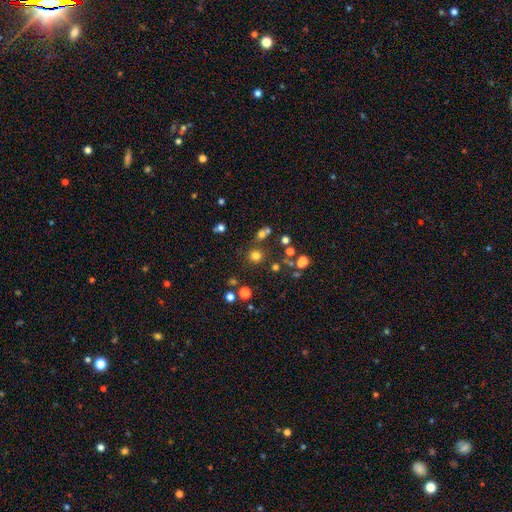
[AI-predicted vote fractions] smooth_or_featured: smooth (p=0.73) [alt: star or artifact p=0.21]
how_rounded: round (p=0.92) [alt: in between p=0.07]
merging: none (p=0.79) [alt: merger p=0.09]